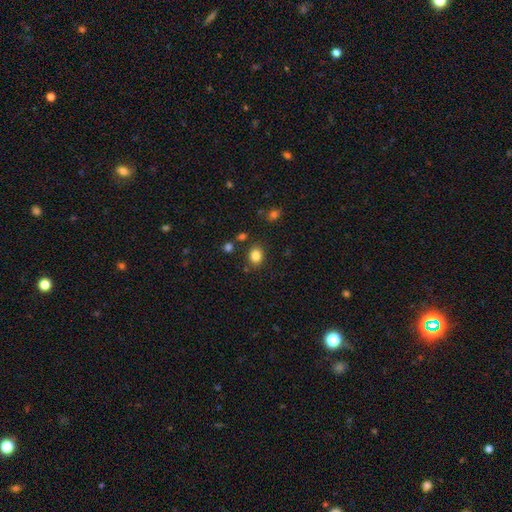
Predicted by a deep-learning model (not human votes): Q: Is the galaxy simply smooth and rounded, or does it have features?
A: smooth — 84%.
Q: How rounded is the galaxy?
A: in between — 51%.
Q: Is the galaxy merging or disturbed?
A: none — 83%.